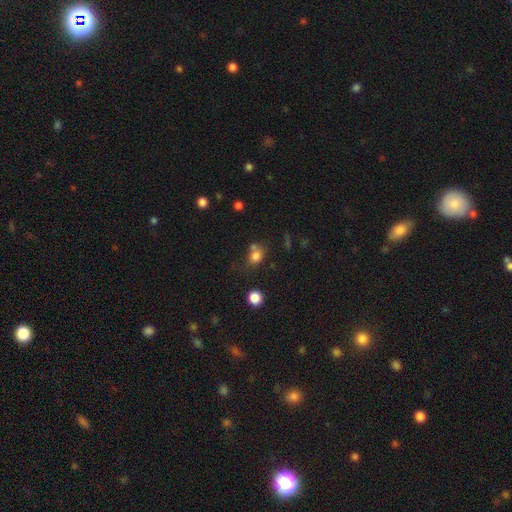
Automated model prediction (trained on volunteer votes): Q: Smooth or featured?
A: smooth (78%); runner-up: star or artifact (13%)
Q: How rounded?
A: round (58%); runner-up: in between (41%)
Q: Merging?
A: none (48%); runner-up: merger (28%)